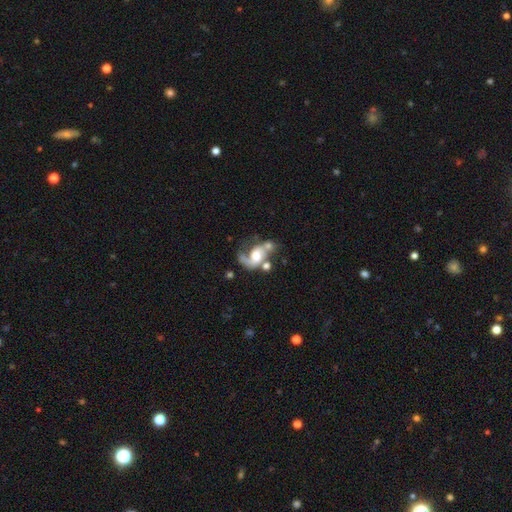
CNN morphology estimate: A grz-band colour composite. It shows a featured or disk galaxy (73%) with no bar (61%), 2 (53%) loose (52%) spiral arms (88%) and a moderate central bulge (46%). Merging: merger (31%).